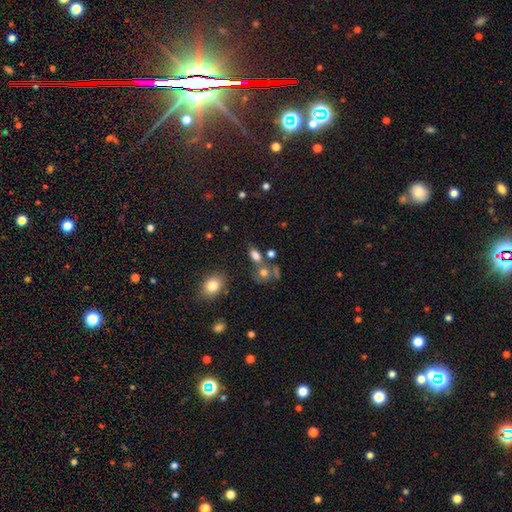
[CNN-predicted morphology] Q: Smooth or featured?
A: smooth (77%); runner-up: star or artifact (12%)
Q: How rounded?
A: in between (79%); runner-up: round (16%)
Q: Merging?
A: none (55%); runner-up: merger (23%)